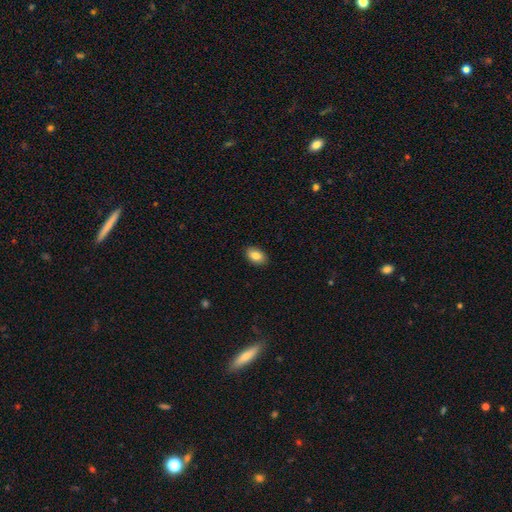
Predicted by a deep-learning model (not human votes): A smooth galaxy with no disk features (83%) that is in between round and cigar-shaped (89%).

Vote fractions:
- Smooth or featured? smooth: 83% / featured or disk: 10% / star or artifact: 7%
- How rounded? in between: 89% / round: 10% / cigar-shaped: 1%
- Merging? none: 90% / minor disturbance: 8% / major disturbance: 2% / merger: 1%